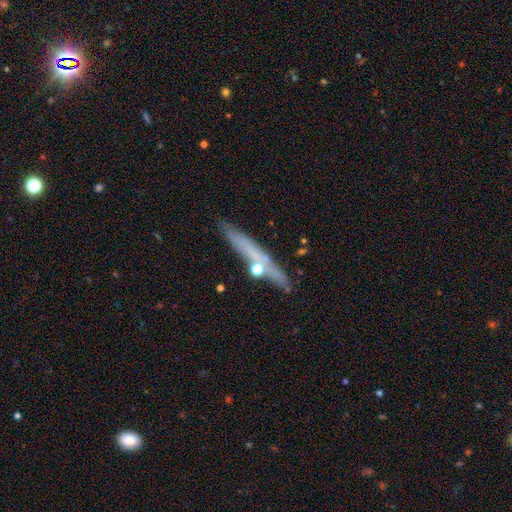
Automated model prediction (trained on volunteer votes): This is possibly a featured or disk galaxy (49%). Merging: clearly none (81%).